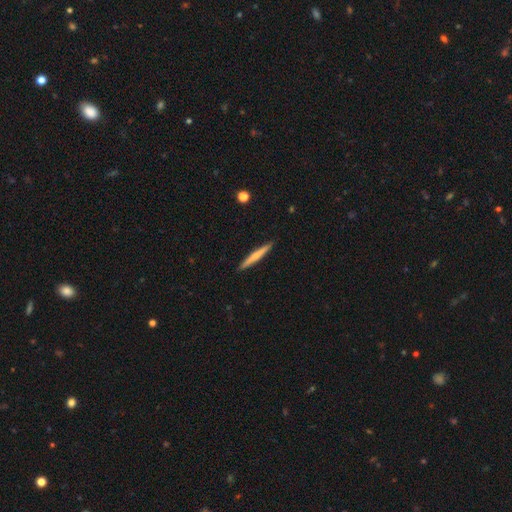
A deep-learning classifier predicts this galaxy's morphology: This is possibly a smooth galaxy (57%). How rounded: clearly cigar-shaped (96%). Merging: clearly none (92%).